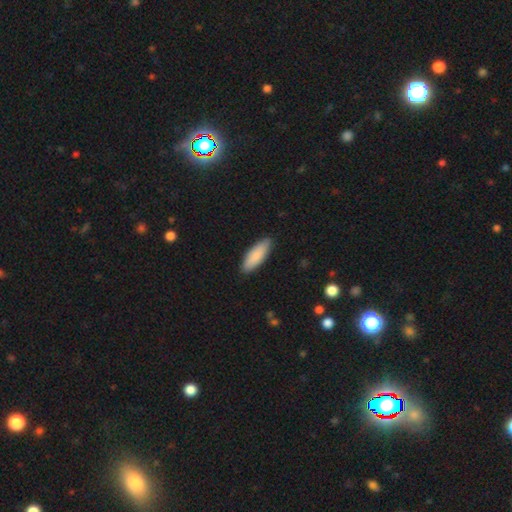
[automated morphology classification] smooth_or_featured: smooth (p=0.85) [alt: featured or disk p=0.09]
how_rounded: in between (p=0.60) [alt: cigar-shaped p=0.39]
merging: none (p=0.87) [alt: minor disturbance p=0.10]